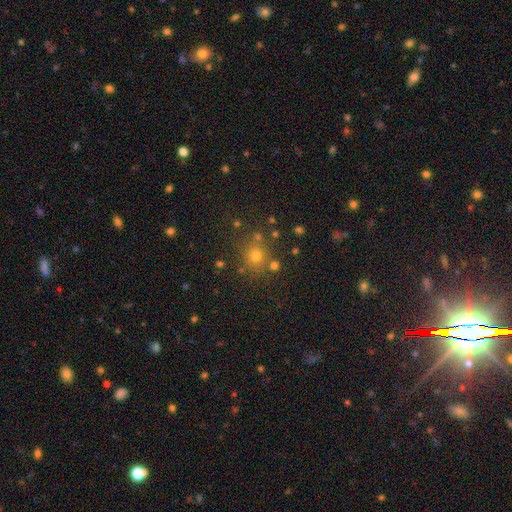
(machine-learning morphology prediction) A smooth galaxy with no disk features (64%) that is round (88%). Merging: none (78%).